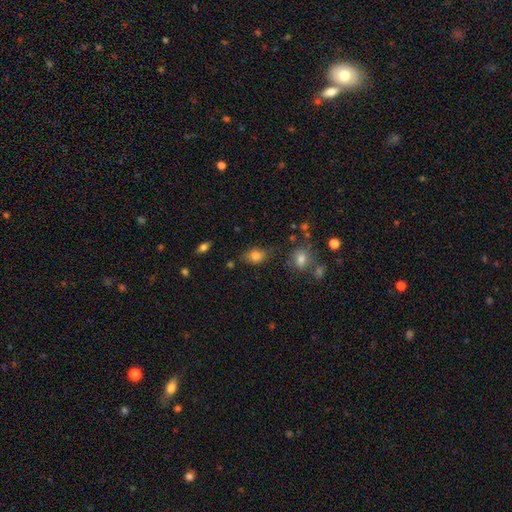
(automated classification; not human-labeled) Smooth or featured: smooth — 81% (star or artifact — 10%)
How rounded: in between — 73% (round — 25%)
Merging: none — 73% (minor disturbance — 19%)